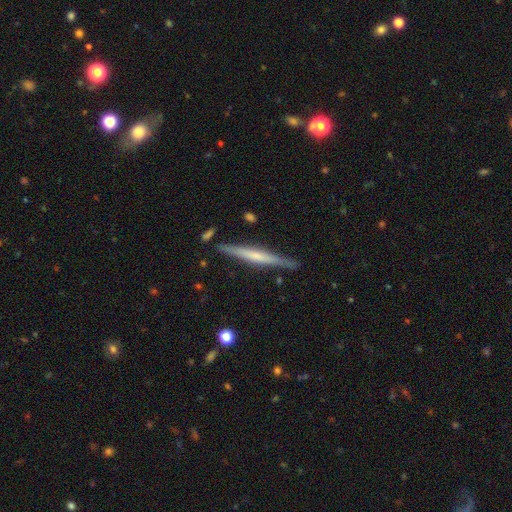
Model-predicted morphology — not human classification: featured or disk 61%, smooth 34%, star or artifact 5%. Down the decision tree: edge-on disk — yes (97%); edge-on bulge — none (48%); merging — none (87%).